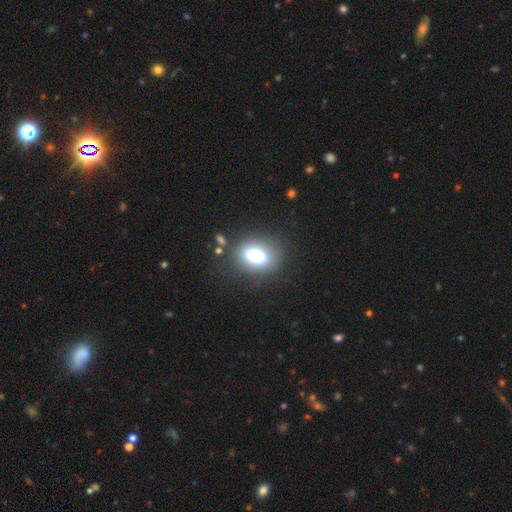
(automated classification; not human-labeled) Overall: smooth (75%). How rounded: in between (67%; round 32%). Merging: none (80%).